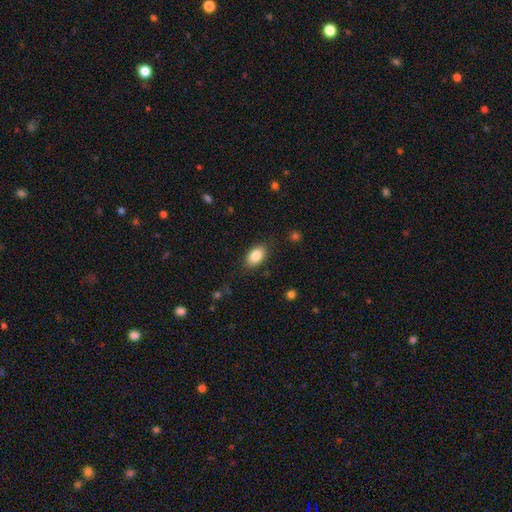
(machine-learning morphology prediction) A smooth galaxy with no disk features (85%) that is in between round and cigar-shaped (91%).

Vote fractions:
- Smooth or featured? smooth: 85% / featured or disk: 8% / star or artifact: 7%
- How rounded? in between: 91% / round: 7% / cigar-shaped: 2%
- Merging? none: 85% / minor disturbance: 11% / major disturbance: 3% / merger: 1%